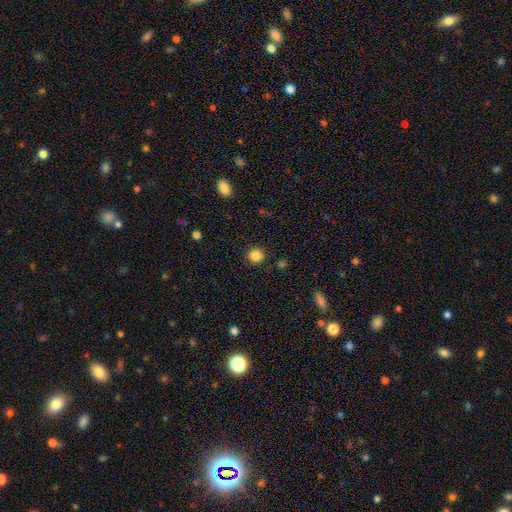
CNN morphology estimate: Smooth or featured: smooth — 85% (star or artifact — 11%)
How rounded: round — 93% (in between — 6%)
Merging: none — 90% (minor disturbance — 6%)